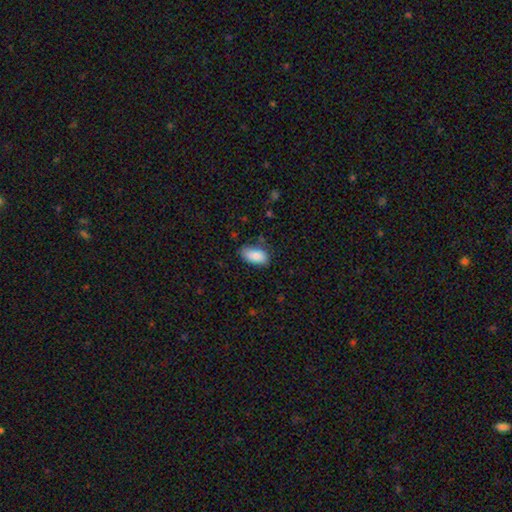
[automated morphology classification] smooth_or_featured: smooth (p=0.86) [alt: star or artifact p=0.07]
how_rounded: in between (p=0.94) [alt: cigar-shaped p=0.03]
merging: none (p=0.73) [alt: minor disturbance p=0.21]